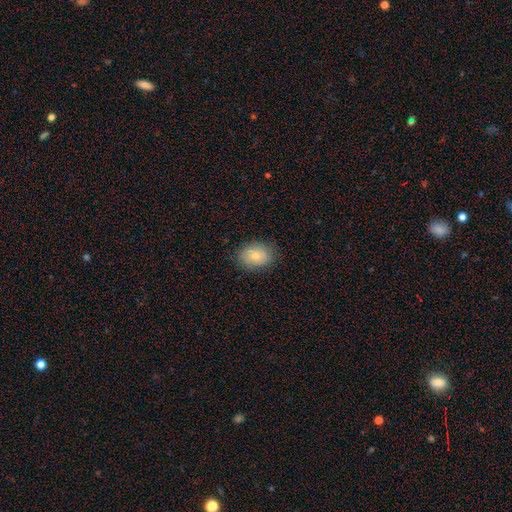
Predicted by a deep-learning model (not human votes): This appears to be a smooth galaxy with no disk features (73%) that is in between round and cigar-shaped (67%). Merging: none (81%).